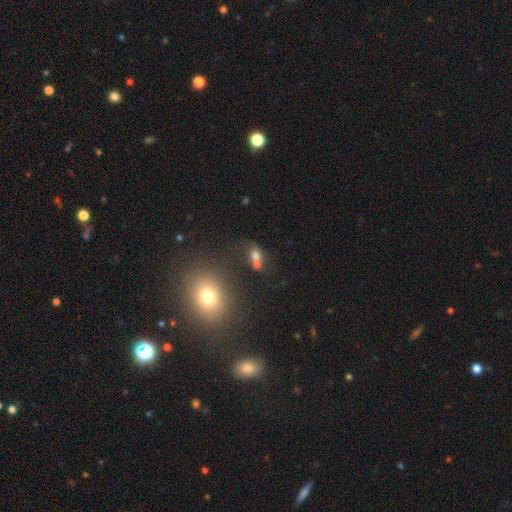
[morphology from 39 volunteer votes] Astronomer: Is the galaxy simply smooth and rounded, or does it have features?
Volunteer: smooth — 79%.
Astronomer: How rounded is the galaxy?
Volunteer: in between — 71%.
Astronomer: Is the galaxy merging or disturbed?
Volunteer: none — 43%, tied with merger at 43%.